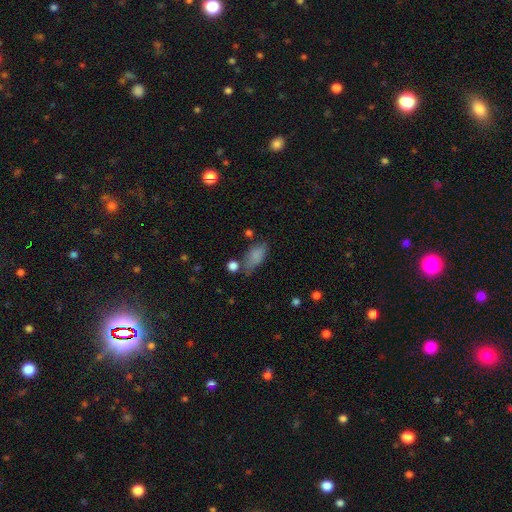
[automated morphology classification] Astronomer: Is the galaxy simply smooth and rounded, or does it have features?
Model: smooth — 79%.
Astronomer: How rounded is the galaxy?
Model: in between — 85%.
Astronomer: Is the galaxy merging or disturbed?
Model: none — 47% (runner-up: minor disturbance, 29%).